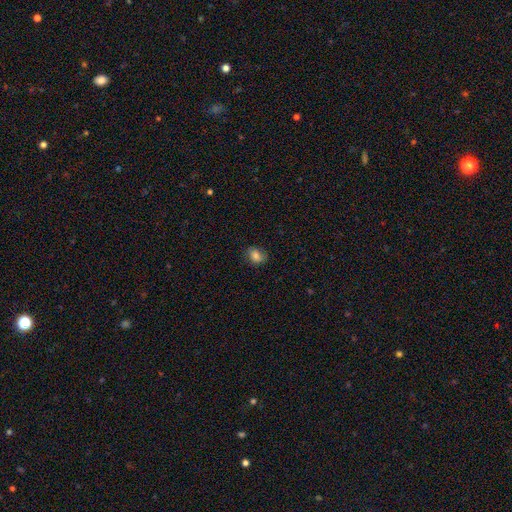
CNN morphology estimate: The model was most divided on "how rounded": in between: 55%, round: 44%, cigar-shaped: 1%. More confident: merging — none (77%); smooth or featured — smooth (76%).